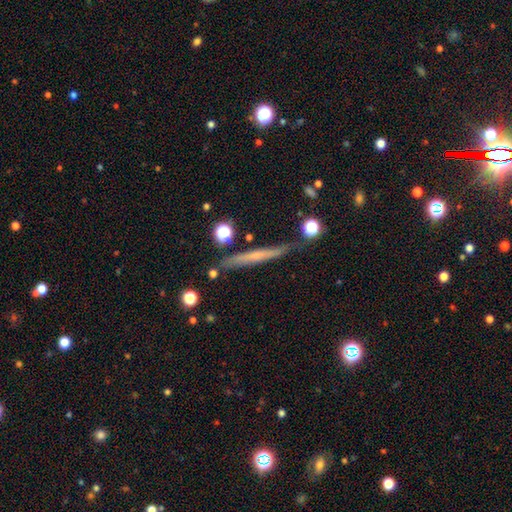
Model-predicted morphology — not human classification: Smooth or featured: featured or disk — 47% (smooth — 44%)
Merging: none — 82% (minor disturbance — 12%)